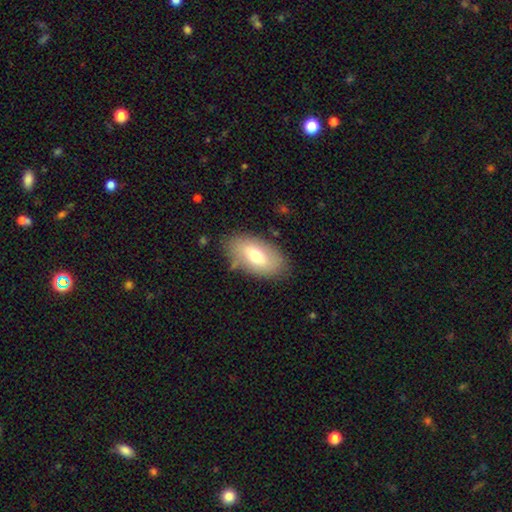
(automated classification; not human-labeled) smooth 63%, featured or disk 30%, star or artifact 7%. Down the decision tree: how rounded — in between (92%); merging — none (80%).